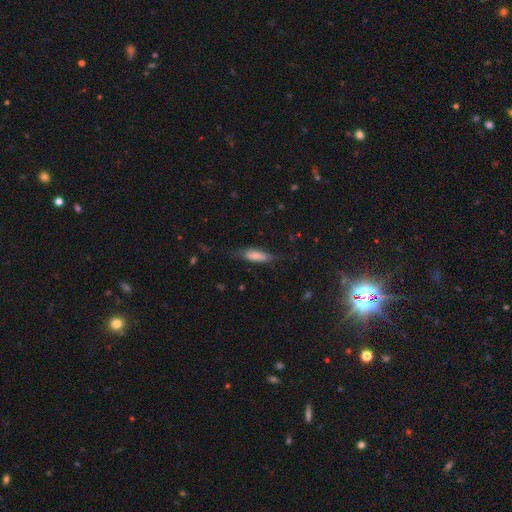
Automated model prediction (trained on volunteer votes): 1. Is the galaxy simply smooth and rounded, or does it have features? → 74% smooth, 19% featured or disk, 7% star or artifact.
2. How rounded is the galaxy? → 55% in between, 42% cigar-shaped, 2% round.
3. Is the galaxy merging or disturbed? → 65% none, 24% minor disturbance, 10% major disturbance, 2% merger.